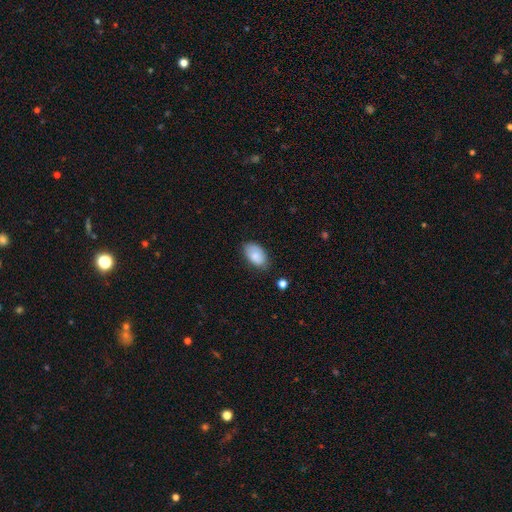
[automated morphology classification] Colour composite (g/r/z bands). It shows a smooth galaxy with no disk features (85%) that is in between round and cigar-shaped (94%). Merging: none (72%).